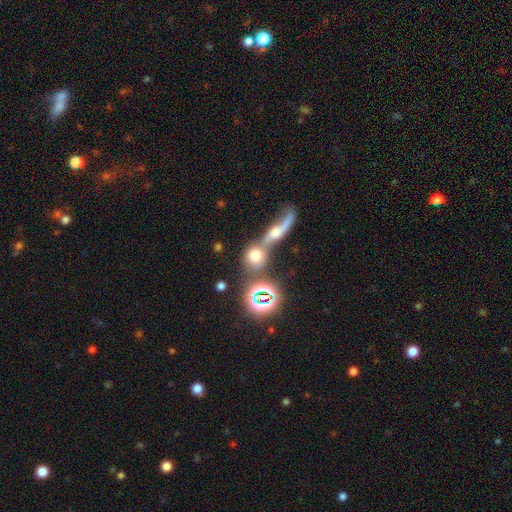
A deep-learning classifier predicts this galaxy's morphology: This appears to be a smooth galaxy with no disk features (60%) that is round (77%). Merging: merger (49%).